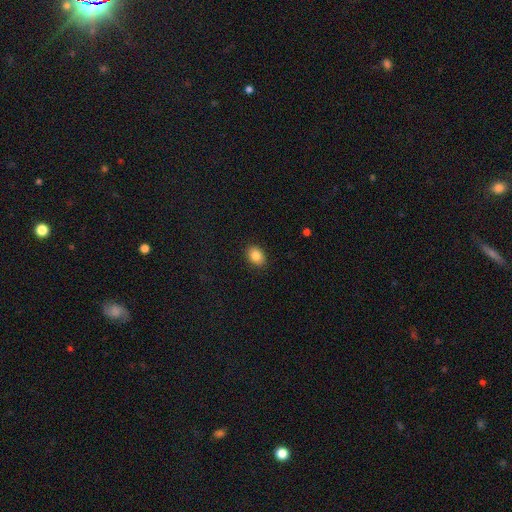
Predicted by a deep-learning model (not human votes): Overall: smooth (85%). How rounded: in between (68%; round 31%). Merging: none (89%).